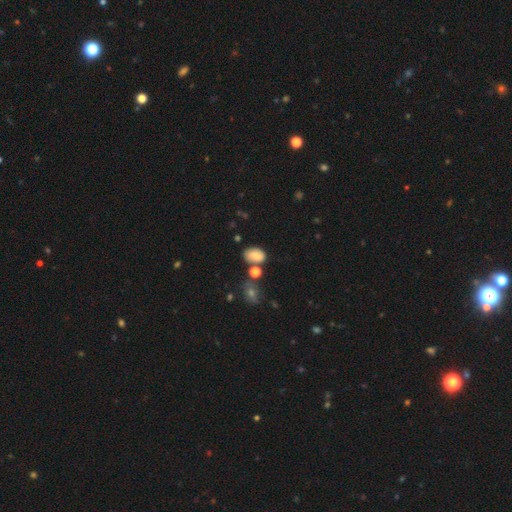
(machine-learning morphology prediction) Smooth or featured? smooth (77%)
How rounded? in between (82%)
Merging? none (58%)